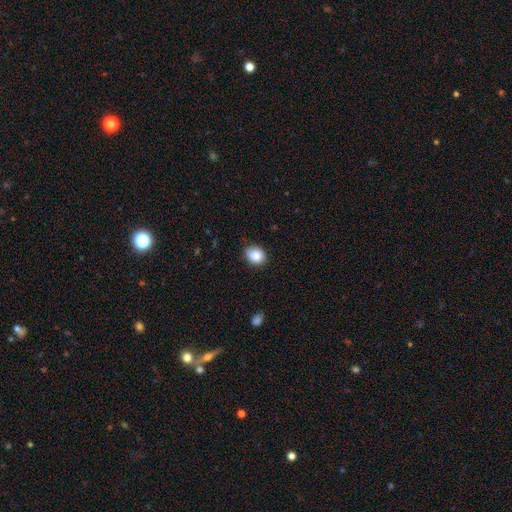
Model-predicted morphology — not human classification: This appears to be a smooth galaxy with no disk features (87%) that is round (57%). Merging: none (83%).